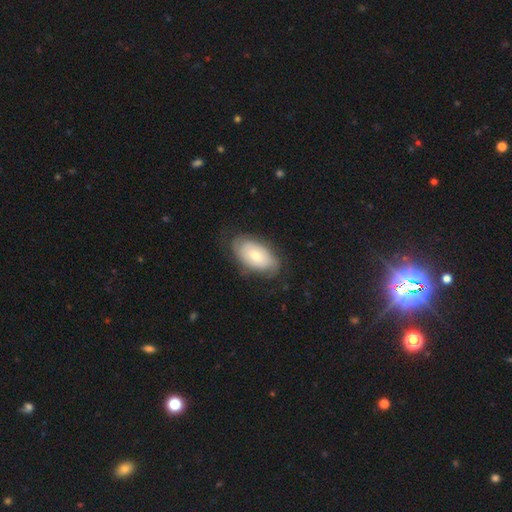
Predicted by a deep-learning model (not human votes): This is possibly a smooth galaxy (56%). How rounded: clearly in between (93%). Merging: likely none (69%).